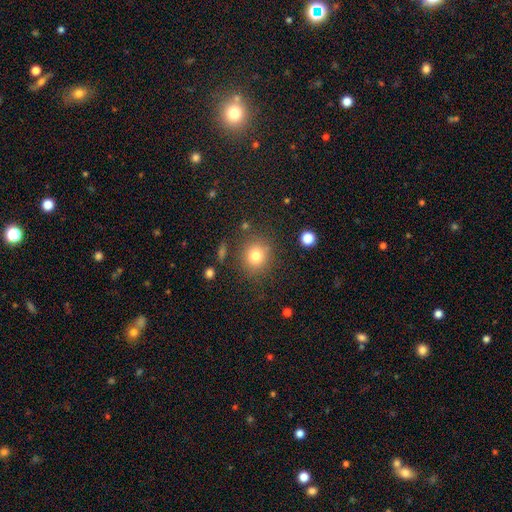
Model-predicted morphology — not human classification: Smooth or featured?
  - smooth: 78% *
  - star or artifact: 13%
  - featured or disk: 9%
How rounded?
  - round: 84% *
  - in between: 15%
  - cigar-shaped: 1%
Merging?
  - none: 82% *
  - minor disturbance: 10%
  - major disturbance: 4%
  - merger: 4%